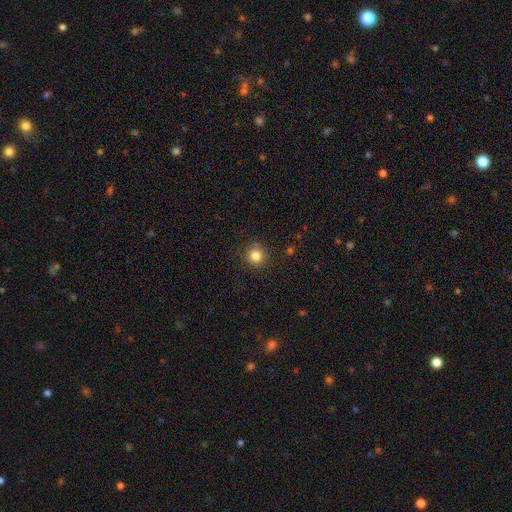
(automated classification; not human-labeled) This is clearly a smooth galaxy (83%). How rounded: clearly round (94%). Merging: clearly none (88%).